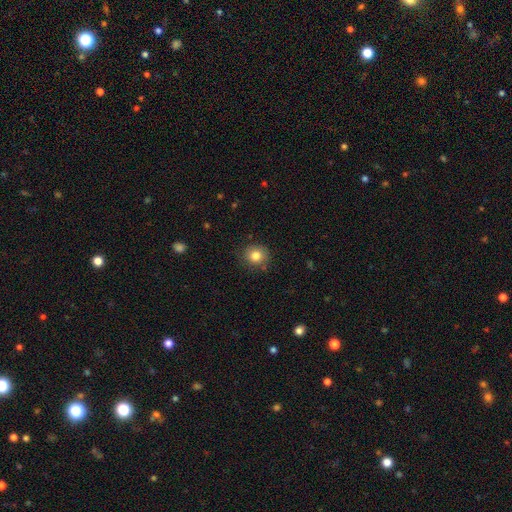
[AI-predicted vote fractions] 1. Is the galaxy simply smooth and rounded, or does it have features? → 83% smooth, 10% star or artifact, 7% featured or disk.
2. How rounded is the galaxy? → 84% round, 15% in between, 1% cigar-shaped.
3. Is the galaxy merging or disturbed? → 84% none, 12% minor disturbance, 3% major disturbance, 2% merger.